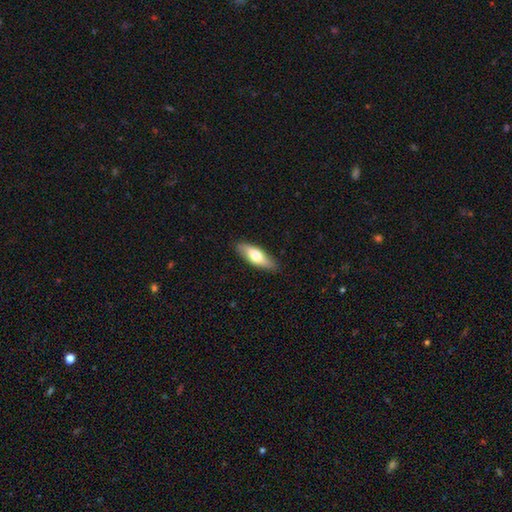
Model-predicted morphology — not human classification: smooth_or_featured: smooth (p=0.65) [alt: featured or disk p=0.30]
how_rounded: in between (p=0.57) [alt: cigar-shaped p=0.41]
merging: none (p=0.87) [alt: minor disturbance p=0.10]